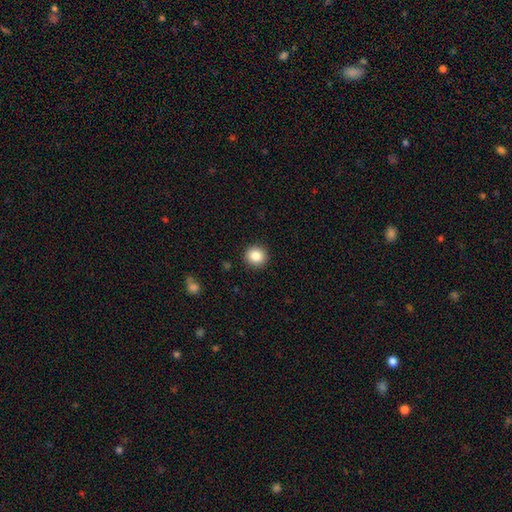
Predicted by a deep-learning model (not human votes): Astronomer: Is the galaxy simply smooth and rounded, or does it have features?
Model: smooth — 86%.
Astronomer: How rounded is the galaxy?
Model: round — 92%.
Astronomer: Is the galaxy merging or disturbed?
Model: none — 91%.